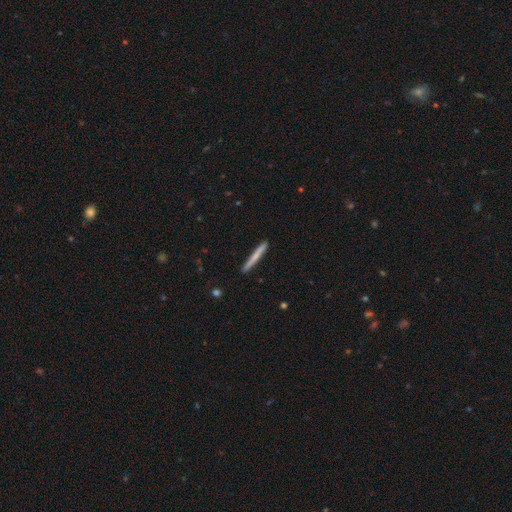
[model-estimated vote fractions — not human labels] Smooth or featured: smooth — 64% (featured or disk — 30%)
How rounded: cigar-shaped — 97% (in between — 2%)
Merging: none — 91% (minor disturbance — 7%)